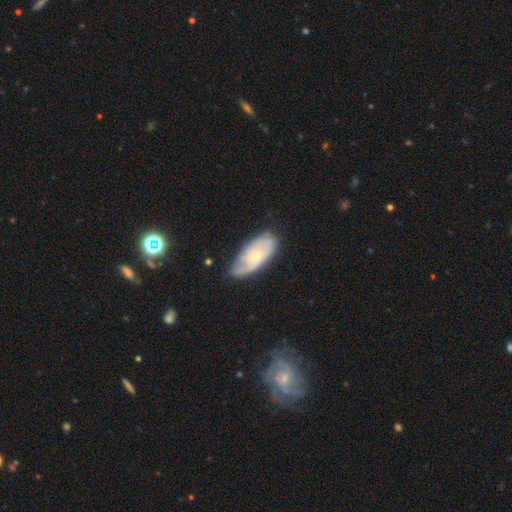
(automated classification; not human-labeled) A featured or disk galaxy (61%) with no bar (76%), spiral arms (81%) and a small central bulge (70%).

Vote fractions:
- Smooth or featured? featured or disk: 61% / smooth: 33% / star or artifact: 6%
- Edge-on disk? no: 92% / yes: 8%
- Bar? no: 76% / weak: 20% / strong: 3%
- Spiral arms? yes: 81% / no: 19%
- Bulge size? small: 70% / moderate: 25% / none: 3% / large: 1% / dominant: 1%
- Merging? none: 62% / minor disturbance: 28% / major disturbance: 8% / merger: 2%